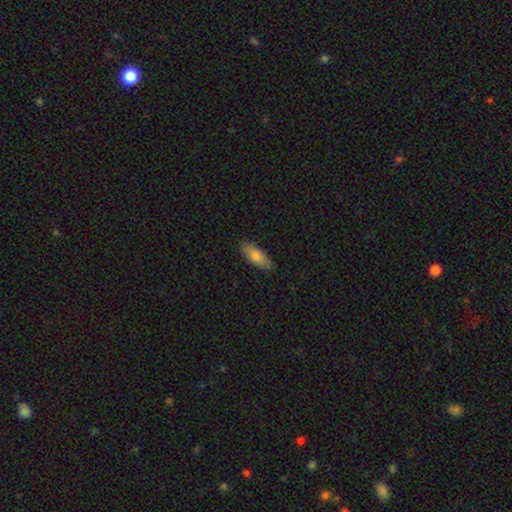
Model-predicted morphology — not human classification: Smooth or featured: smooth — 79% (featured or disk — 15%)
How rounded: in between — 79% (cigar-shaped — 19%)
Merging: none — 85% (minor disturbance — 12%)